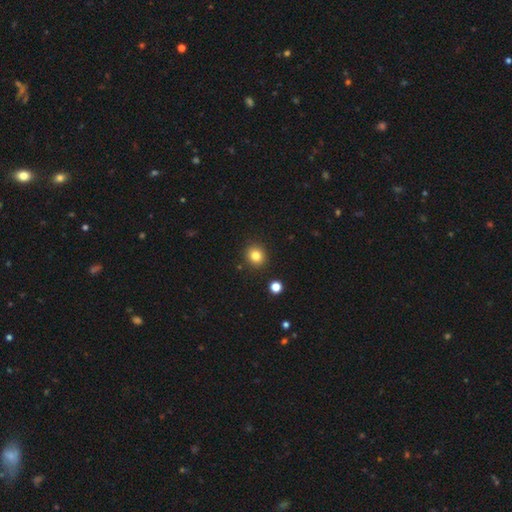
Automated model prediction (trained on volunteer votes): Morphology: type=smooth (82%); roundness=round (81%); merging=none (89%).